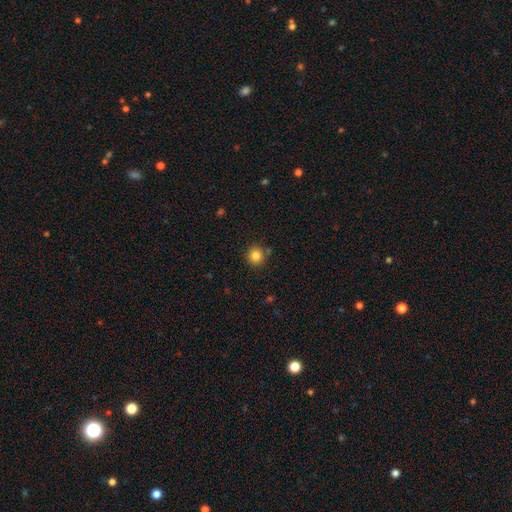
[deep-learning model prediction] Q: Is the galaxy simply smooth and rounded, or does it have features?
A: smooth — 83%.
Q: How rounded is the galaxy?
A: round — 92%.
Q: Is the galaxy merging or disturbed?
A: none — 84%.